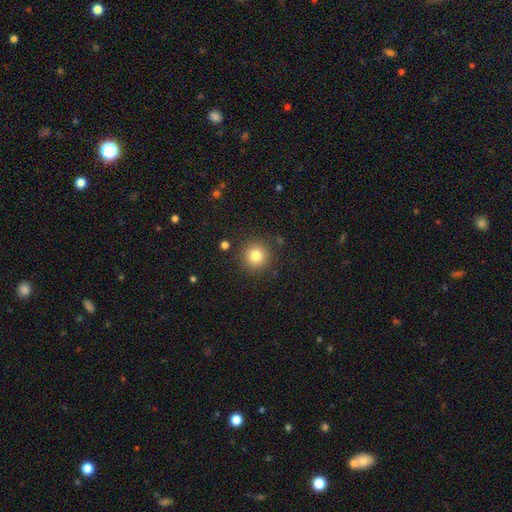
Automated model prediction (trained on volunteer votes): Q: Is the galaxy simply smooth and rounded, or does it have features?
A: smooth — 81%.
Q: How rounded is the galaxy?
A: round — 94%.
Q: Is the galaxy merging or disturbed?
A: none — 88%.